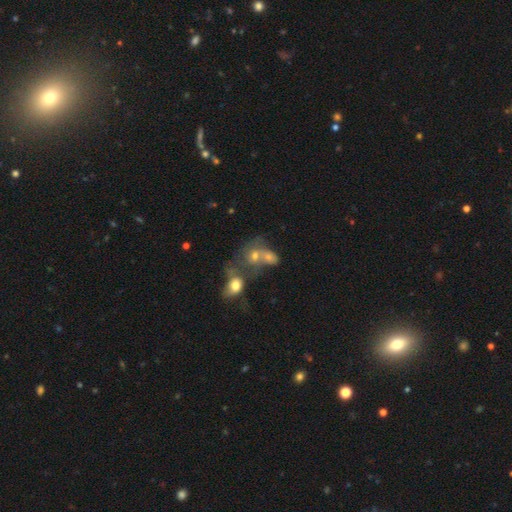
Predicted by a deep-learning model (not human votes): A smooth galaxy with no disk features (46%).

Vote fractions:
- Smooth or featured? smooth: 46% / featured or disk: 32% / star or artifact: 22%
- Merging? merger: 61% / none: 22% / minor disturbance: 9% / major disturbance: 8%